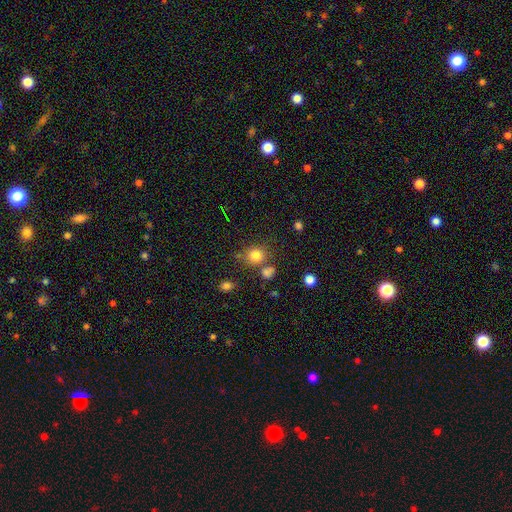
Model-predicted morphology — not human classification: This is likely a smooth galaxy (80%). How rounded: clearly round (83%). Merging: likely none (72%).